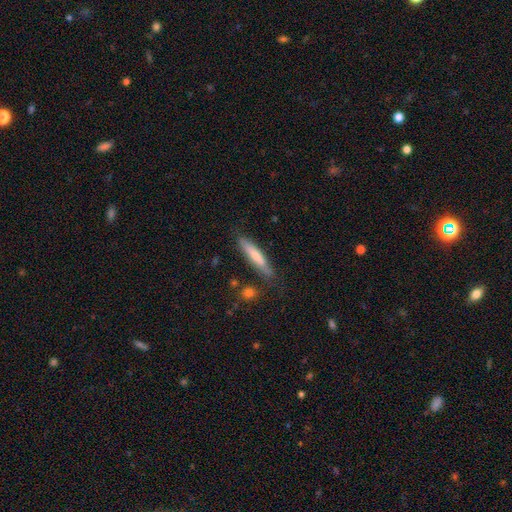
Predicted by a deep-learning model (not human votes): Smooth or featured? Predicted: smooth (p=0.69). How rounded? Predicted: cigar-shaped (p=0.89). Merging? Predicted: none (p=0.76).